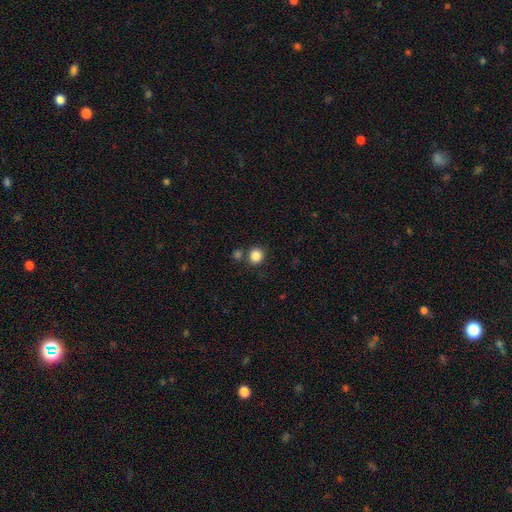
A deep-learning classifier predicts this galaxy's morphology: smooth_or_featured: smooth (p=0.85) [alt: star or artifact p=0.11]
how_rounded: round (p=0.89) [alt: in between p=0.10]
merging: none (p=0.76) [alt: merger p=0.12]